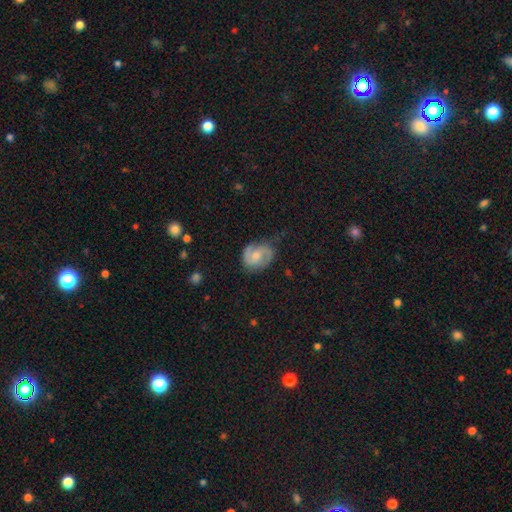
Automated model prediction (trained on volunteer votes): Overall: featured or disk (69%). Edge-on disk: no (97%). Bar: no (52%; weak 41%). Spiral arms: yes (92%). Spiral arm count: 2 (86%). Spiral winding: medium (50%; tight 30%). Bulge size: moderate (54%; small 31%). Merging: none (68%).